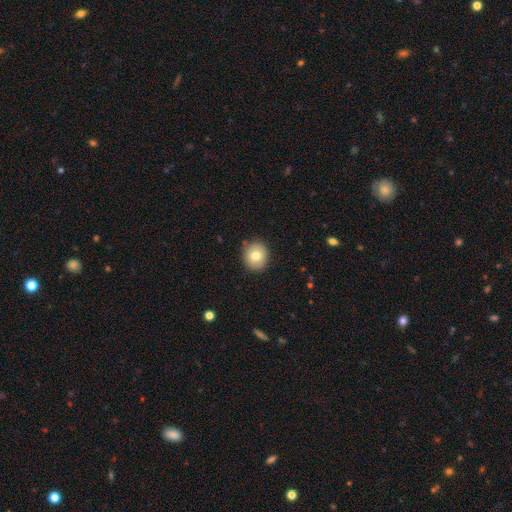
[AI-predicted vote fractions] Smooth or featured? smooth (78%)
How rounded? round (84%)
Merging? none (88%)